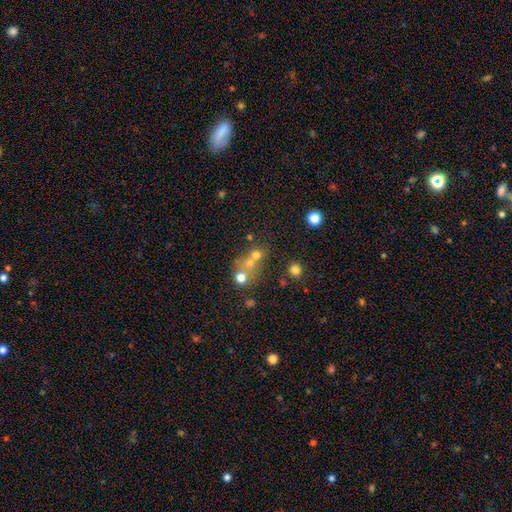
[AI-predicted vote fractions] The model was most divided on "merging": merger: 48%, none: 40%, minor disturbance: 7%, major disturbance: 5%. More confident: how rounded — round (81%); smooth or featured — smooth (57%).